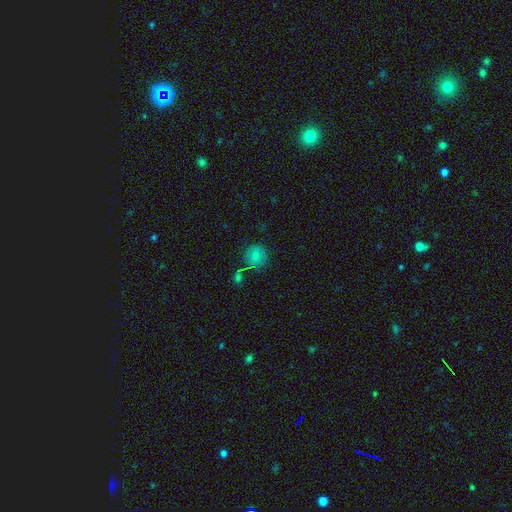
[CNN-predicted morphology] This is likely a smooth galaxy (78%). How rounded: clearly round (89%). Merging: likely none (71%).